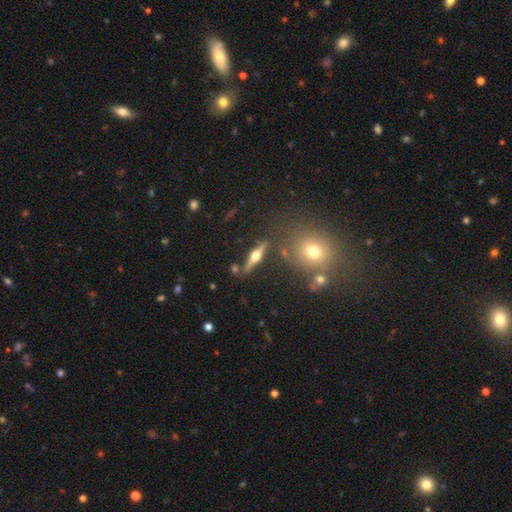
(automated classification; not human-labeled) smooth-or-featured: featured or disk: 74% | smooth: 18% | star or artifact: 8%
  disk-edge-on: yes: 96% | no: 4%
    edge-on-bulge: rounded: 96% | boxy: 3% | none: 2%
  merging: none: 82% | minor disturbance: 9% | merger: 5% | major disturbance: 3%